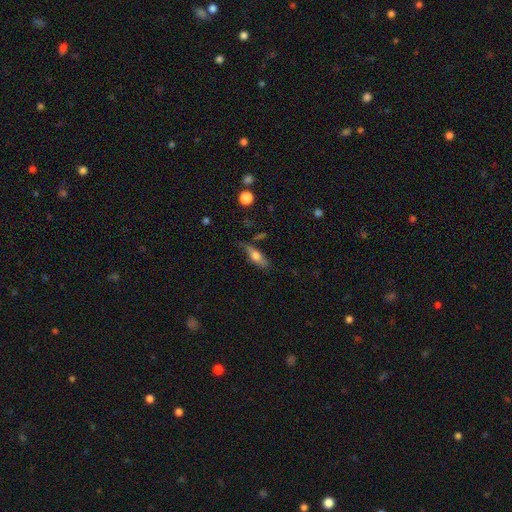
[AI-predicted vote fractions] This appears to be a smooth galaxy with no disk features (58%) that is in between round and cigar-shaped (54%). Merging: none (61%).